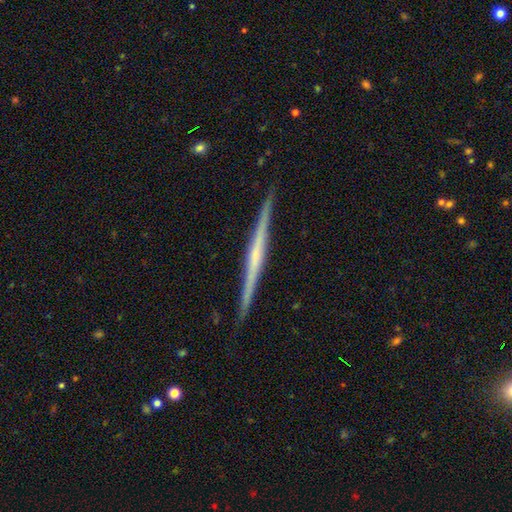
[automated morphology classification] This is likely a featured or disk galaxy (77%). It is clearly viewed edge-on (98%). Edge-on bulge: possibly none (52%). Merging: clearly none (92%).